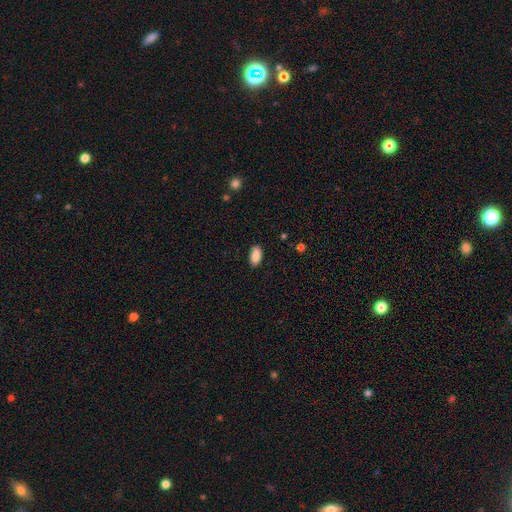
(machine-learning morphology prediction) A smooth galaxy with no disk features (90%) that is in between round and cigar-shaped (92%).

Vote fractions:
- Smooth or featured? smooth: 90% / star or artifact: 7% / featured or disk: 3%
- How rounded? in between: 92% / cigar-shaped: 5% / round: 3%
- Merging? none: 89% / minor disturbance: 8% / major disturbance: 2% / merger: 1%